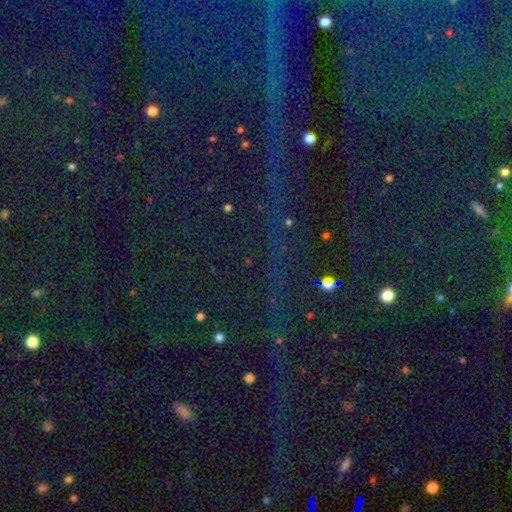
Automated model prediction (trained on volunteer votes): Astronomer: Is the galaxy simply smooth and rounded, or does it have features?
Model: star or artifact — 82%.